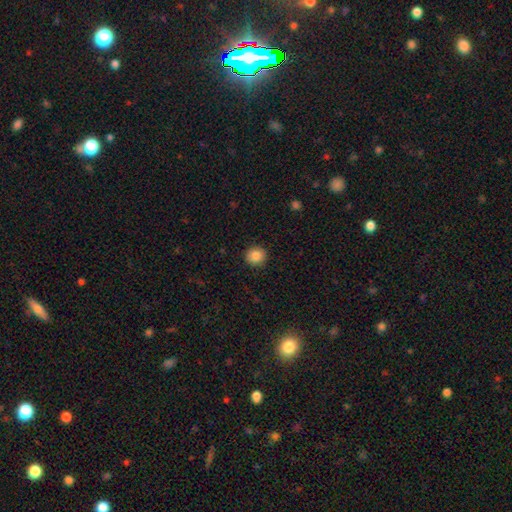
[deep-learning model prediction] smooth 85%, star or artifact 9%, featured or disk 5%. Down the decision tree: how rounded — round (92%); merging — none (92%).